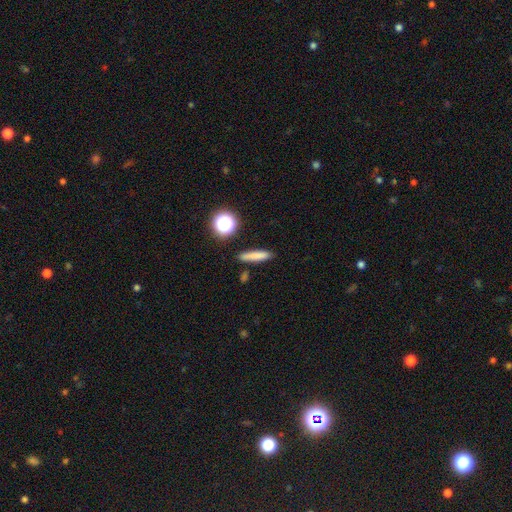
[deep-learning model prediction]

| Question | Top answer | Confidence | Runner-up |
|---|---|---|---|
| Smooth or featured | smooth | 77% | featured or disk (12%) |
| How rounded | cigar-shaped | 85% | in between (10%) |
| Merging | none | 87% | minor disturbance (8%) |